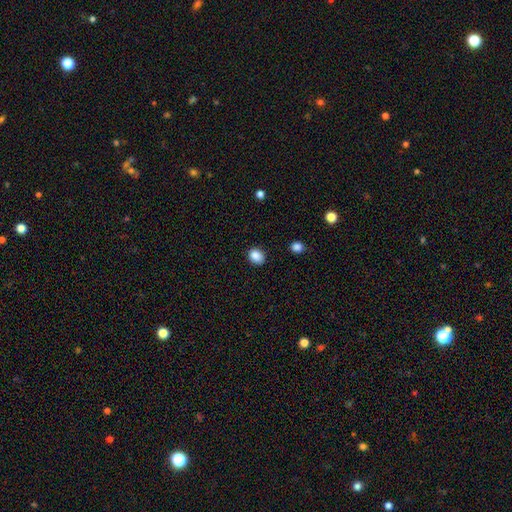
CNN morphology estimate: This appears to be a smooth galaxy with no disk features (88%) that is in between round and cigar-shaped (51%). Merging: none (87%).